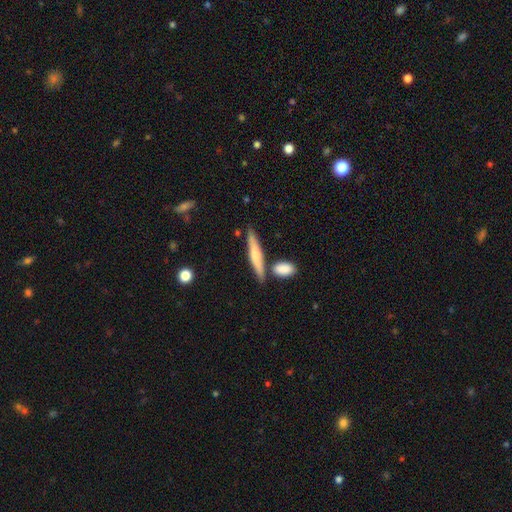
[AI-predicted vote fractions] Smooth or featured? Predicted: smooth (p=0.57). How rounded? Predicted: cigar-shaped (p=0.85). Merging? Predicted: none (p=0.74).